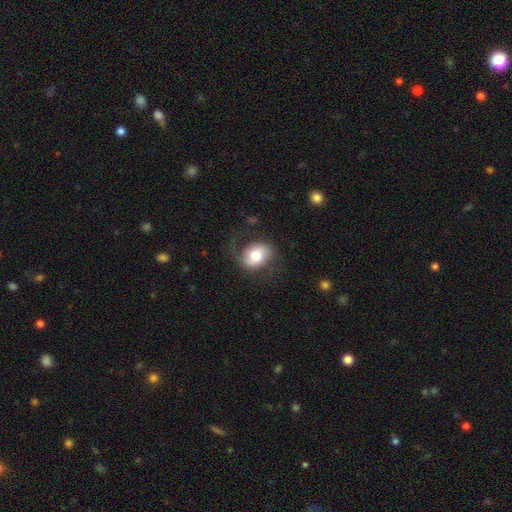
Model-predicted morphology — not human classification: Q: Smooth or featured?
A: smooth (63%); runner-up: featured or disk (30%)
Q: How rounded?
A: in between (59%); runner-up: round (40%)
Q: Merging?
A: none (60%); runner-up: minor disturbance (21%)